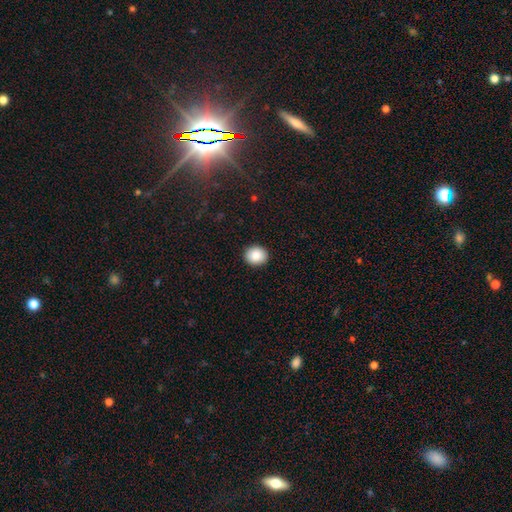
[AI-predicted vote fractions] Overall: smooth (86%). How rounded: round (76%). Merging: none (92%).